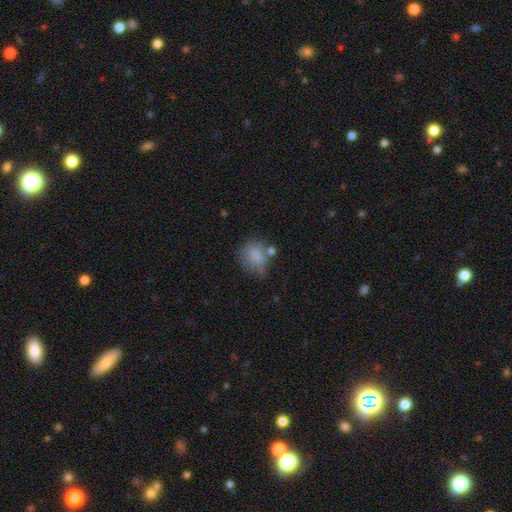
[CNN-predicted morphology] This appears to be a smooth galaxy with no disk features (76%) that is round (66%). Merging: none (48%).